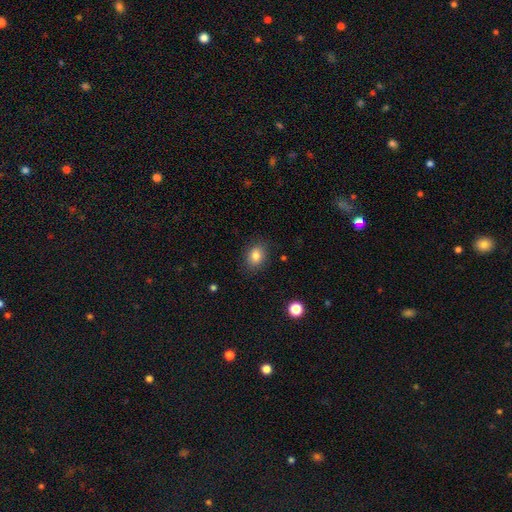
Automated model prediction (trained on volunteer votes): This is clearly a smooth galaxy (82%). How rounded: possibly in between (54%). Merging: clearly none (86%).